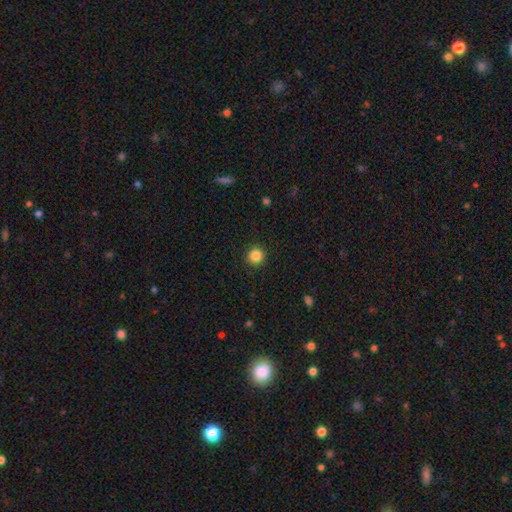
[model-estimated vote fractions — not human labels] This appears to be a smooth galaxy with no disk features (86%) that is round (94%). Merging: none (91%).